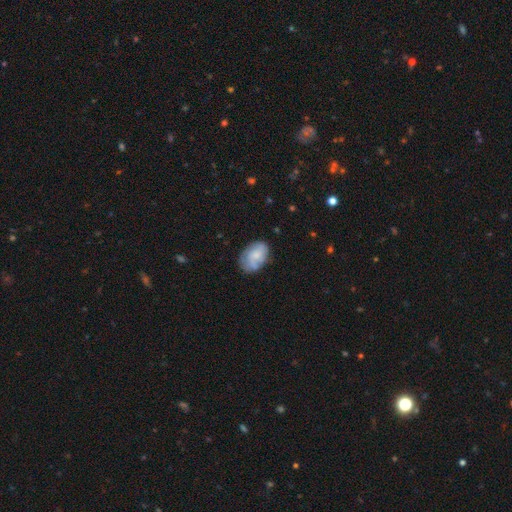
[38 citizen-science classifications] Smooth or featured? 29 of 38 (76%) said smooth. How rounded? 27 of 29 (93%) said in between. Merging? 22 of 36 (61%) said none.